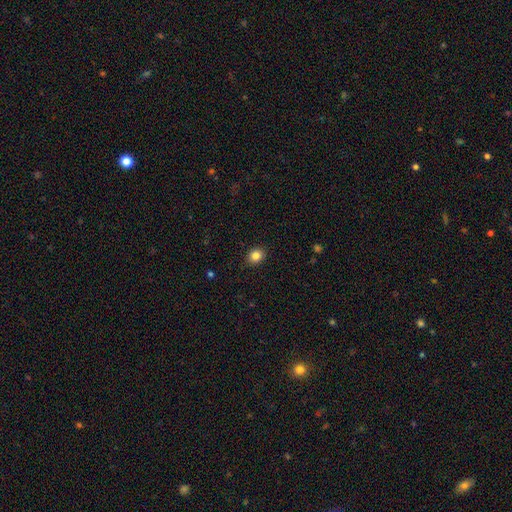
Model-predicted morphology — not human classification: The model was most divided on "how rounded": round: 65%, in between: 35%, cigar-shaped: 1%. More confident: merging — none (89%); smooth or featured — smooth (84%).